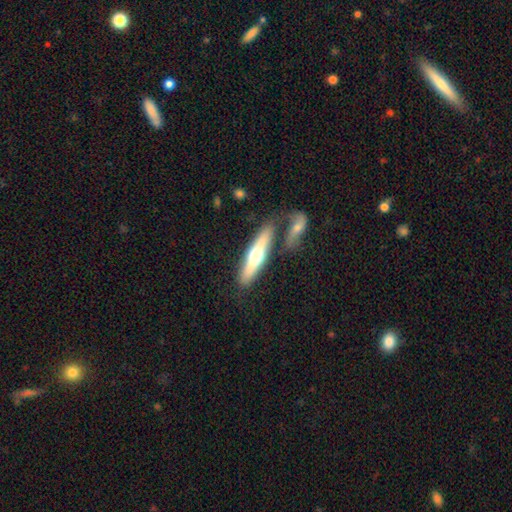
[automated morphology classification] This is possibly a featured or disk galaxy (48%). Merging: likely none (69%).